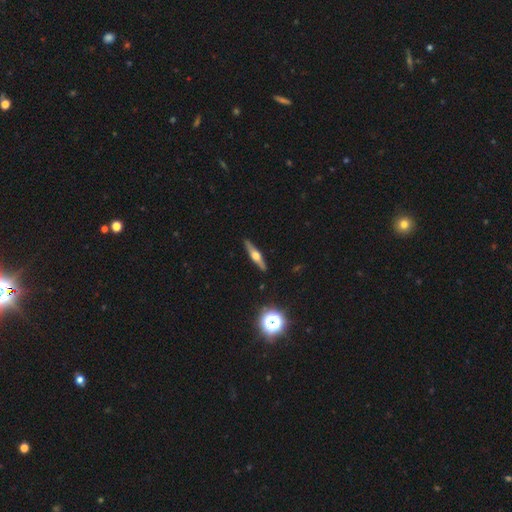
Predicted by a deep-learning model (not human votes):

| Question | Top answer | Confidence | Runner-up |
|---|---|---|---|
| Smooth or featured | featured or disk | 70% | smooth (23%) |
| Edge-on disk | yes | 97% | no (3%) |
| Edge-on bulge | rounded | 93% | boxy (5%) |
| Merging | none | 90% | minor disturbance (7%) |